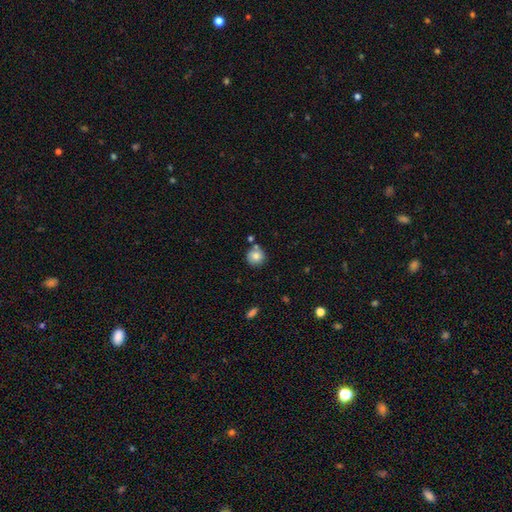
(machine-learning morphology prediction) smooth 82%, star or artifact 9%, featured or disk 9%. Down the decision tree: how rounded — round (91%); merging — none (73%).